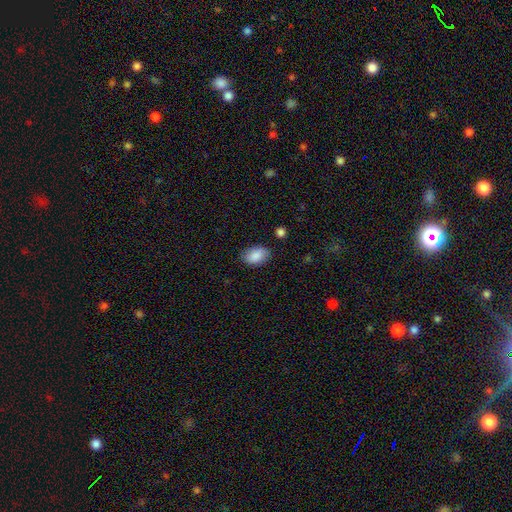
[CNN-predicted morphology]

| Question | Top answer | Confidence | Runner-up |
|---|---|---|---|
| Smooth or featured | smooth | 88% | star or artifact (7%) |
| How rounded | in between | 90% | round (8%) |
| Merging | none | 83% | minor disturbance (13%) |